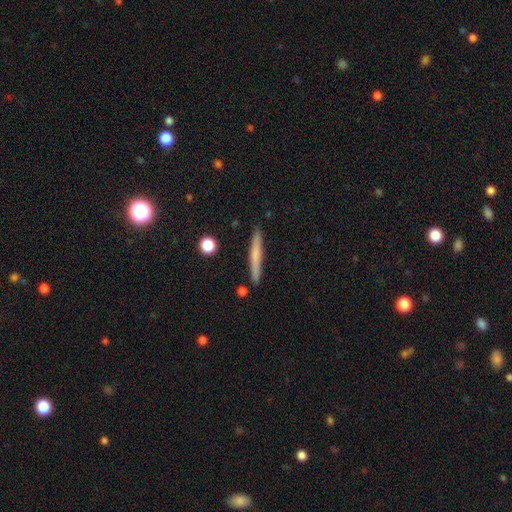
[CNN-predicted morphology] Smooth or featured? smooth (59%)
How rounded? cigar-shaped (96%)
Merging? none (89%)